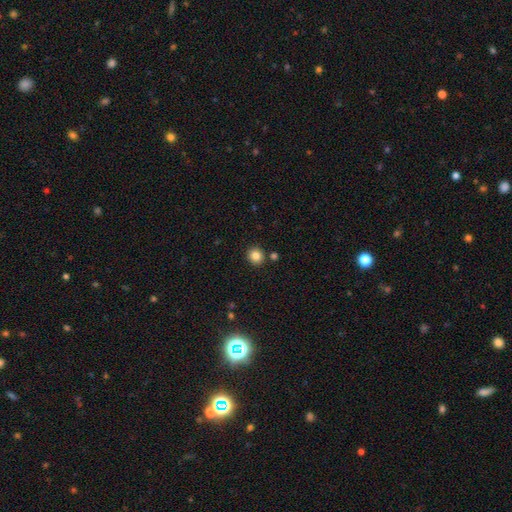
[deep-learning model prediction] smooth-or-featured: smooth: 84% | star or artifact: 11% | featured or disk: 5%
  how-rounded: round: 89% | in between: 10% | cigar-shaped: 1%
  merging: none: 87% | minor disturbance: 6% | merger: 5% | major disturbance: 2%